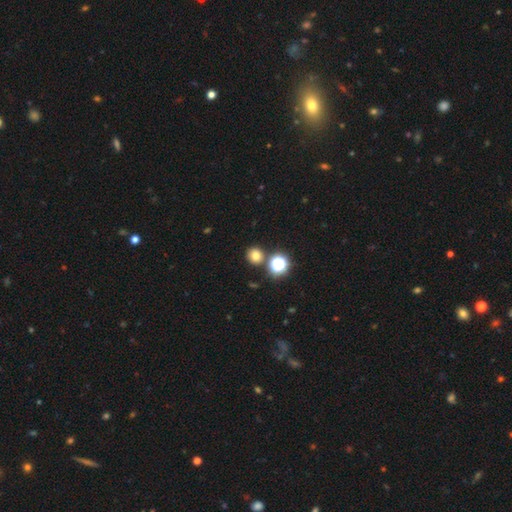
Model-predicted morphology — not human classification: Smooth or featured? Predicted: smooth (p=0.75). How rounded? Predicted: round (p=0.89). Merging? Predicted: none (p=0.82).